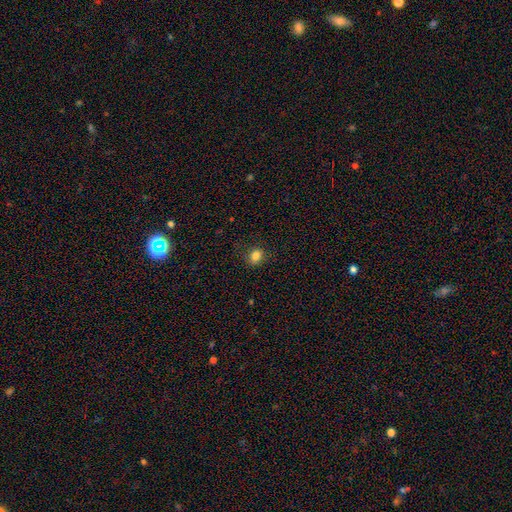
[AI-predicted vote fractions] Smooth or featured?
  - smooth: 83% *
  - star or artifact: 11%
  - featured or disk: 5%
How rounded?
  - round: 54% *
  - in between: 45%
  - cigar-shaped: 1%
Merging?
  - none: 84% *
  - minor disturbance: 12%
  - major disturbance: 3%
  - merger: 1%